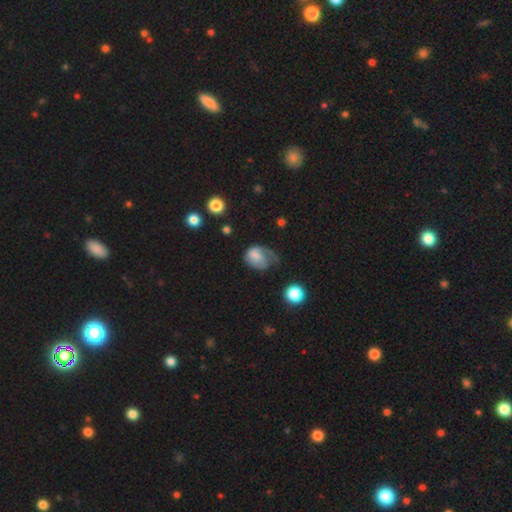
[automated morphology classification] smooth 59%, featured or disk 33%, star or artifact 9%. Down the decision tree: how rounded — in between (63%); merging — major disturbance (42%).